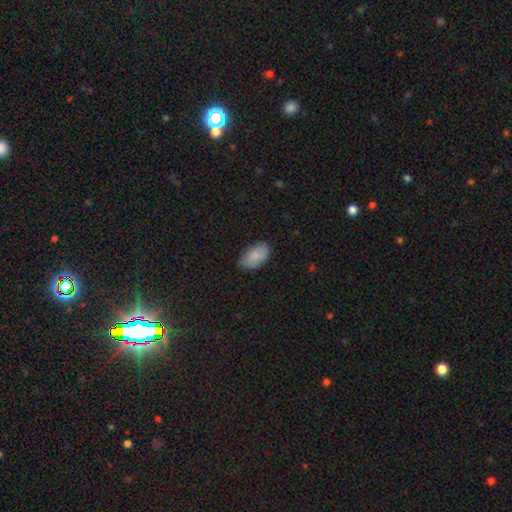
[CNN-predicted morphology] This is clearly a smooth galaxy (84%). How rounded: clearly in between (94%). Merging: likely none (75%).